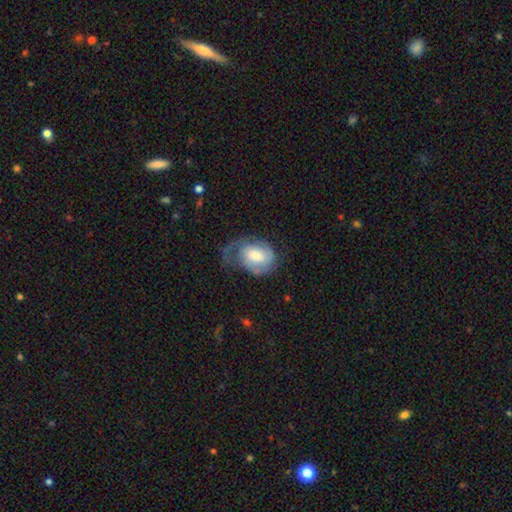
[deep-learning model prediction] Q: Smooth or featured?
A: featured or disk (61%); runner-up: smooth (32%)
Q: Edge-on disk?
A: no (97%); runner-up: yes (3%)
Q: Bar?
A: no (47%); runner-up: weak (43%)
Q: Spiral arms?
A: yes (88%); runner-up: no (12%)
Q: Spiral winding?
A: medium (41%); runner-up: tight (38%)
Q: Spiral arm count?
A: 2 (59%); runner-up: can't tell (19%)
Q: Bulge size?
A: moderate (45%); runner-up: small (23%)
Q: Merging?
A: none (39%); runner-up: major disturbance (31%)